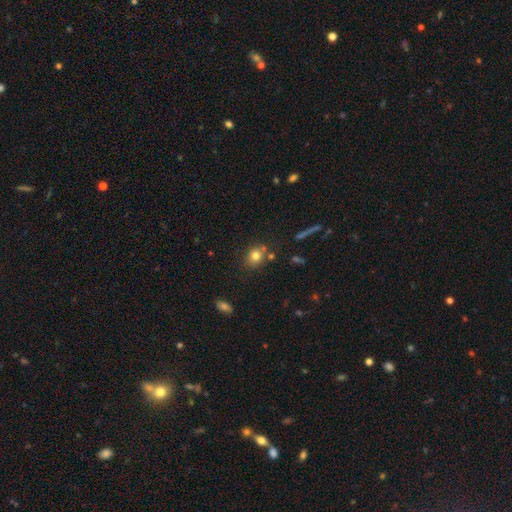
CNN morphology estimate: Overall: smooth (77%). How rounded: round (69%; in between 30%). Merging: none (71%).